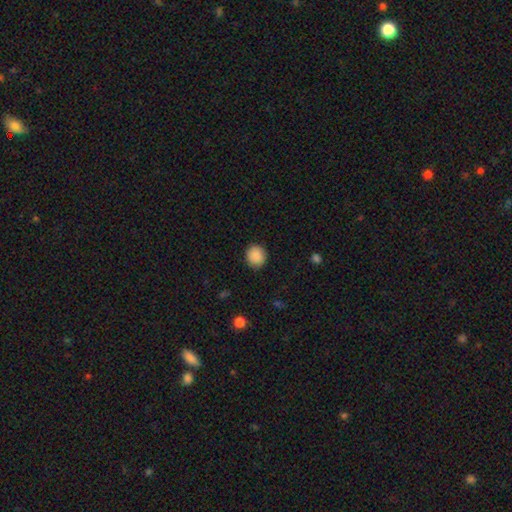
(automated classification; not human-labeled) A smooth galaxy with no disk features (89%) that is round (85%). Merging: none (89%).